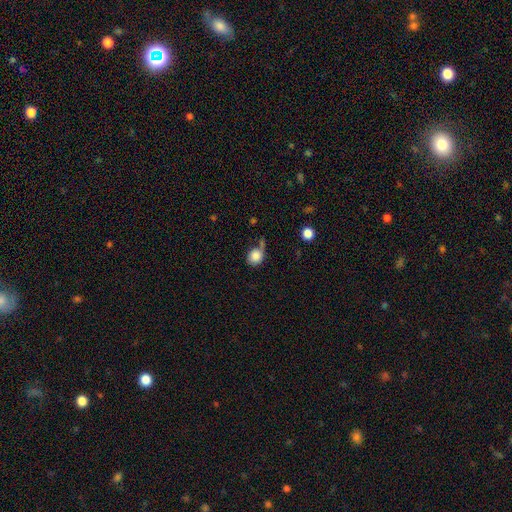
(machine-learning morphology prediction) The model was most divided on "merging": none: 43%, minor disturbance: 23%, major disturbance: 18%, merger: 16%. More confident: smooth or featured — smooth (82%); how rounded — round (75%).